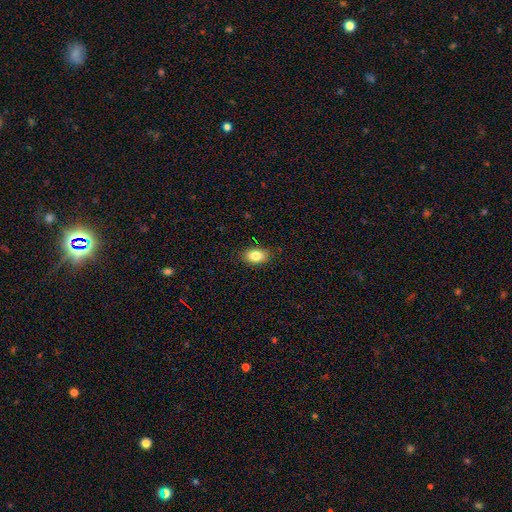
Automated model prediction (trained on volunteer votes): smooth-or-featured: smooth: 84% | featured or disk: 8% | star or artifact: 8%
  how-rounded: in between: 86% | round: 12% | cigar-shaped: 2%
  merging: none: 86% | minor disturbance: 10% | major disturbance: 2% | merger: 1%